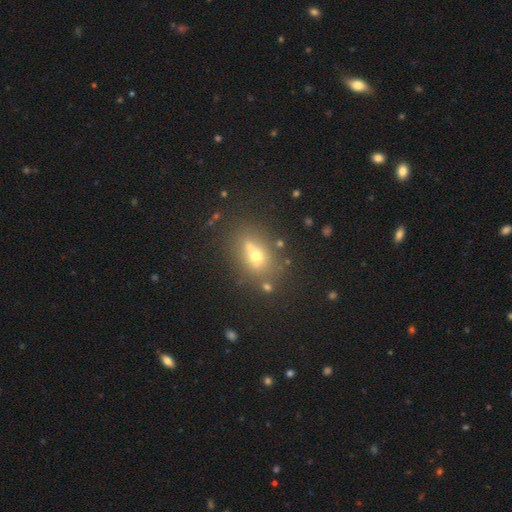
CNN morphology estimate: A smooth galaxy with no disk features (54%) that is in between round and cigar-shaped (55%). Merging: none (58%).